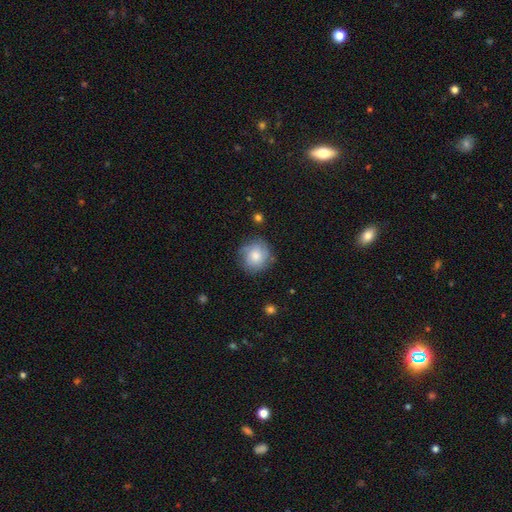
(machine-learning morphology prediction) Overall: smooth (62%; featured or disk 30%). How rounded: round (89%). Merging: none (76%).